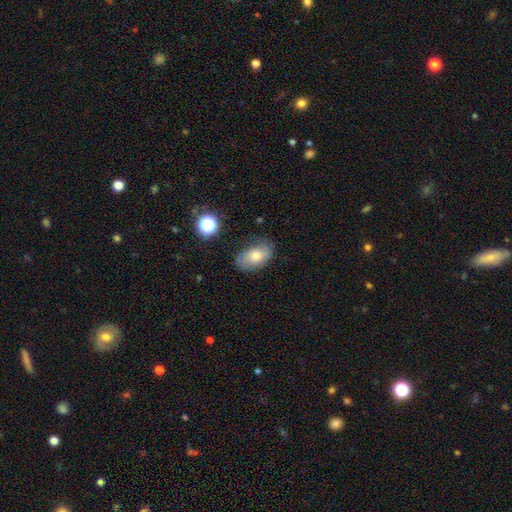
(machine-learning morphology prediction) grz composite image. It shows a smooth galaxy with no disk features (65%) that is in between round and cigar-shaped (88%). Merging: none (71%).